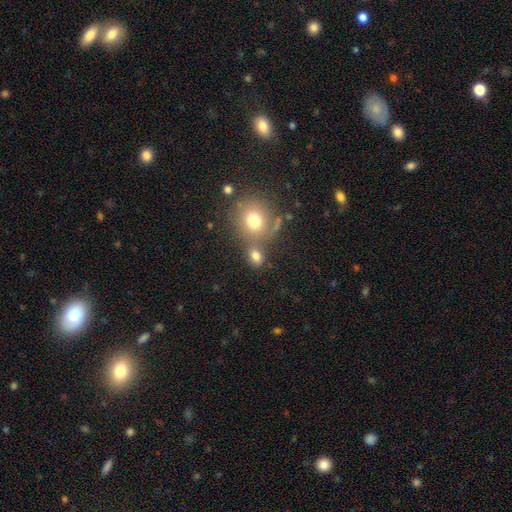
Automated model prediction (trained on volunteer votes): Smooth or featured?
  - smooth: 77% *
  - star or artifact: 13%
  - featured or disk: 10%
How rounded?
  - in between: 53% *
  - round: 45%
  - cigar-shaped: 2%
Merging?
  - none: 53% *
  - merger: 30%
  - minor disturbance: 11%
  - major disturbance: 6%